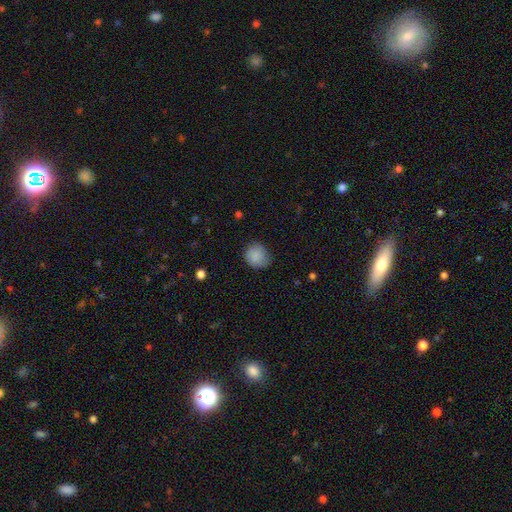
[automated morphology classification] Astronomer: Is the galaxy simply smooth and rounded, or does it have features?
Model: smooth — 87%.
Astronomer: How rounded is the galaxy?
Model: round — 81%.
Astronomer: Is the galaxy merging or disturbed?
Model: none — 78%.